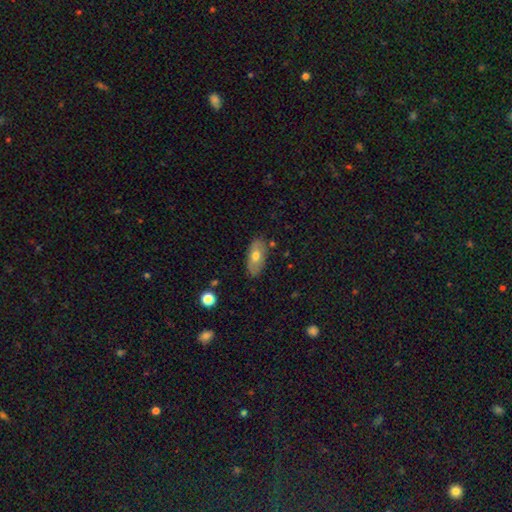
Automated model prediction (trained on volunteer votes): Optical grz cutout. It shows a smooth galaxy with no disk features (63%) that is in between round and cigar-shaped (91%). Merging: none (80%).